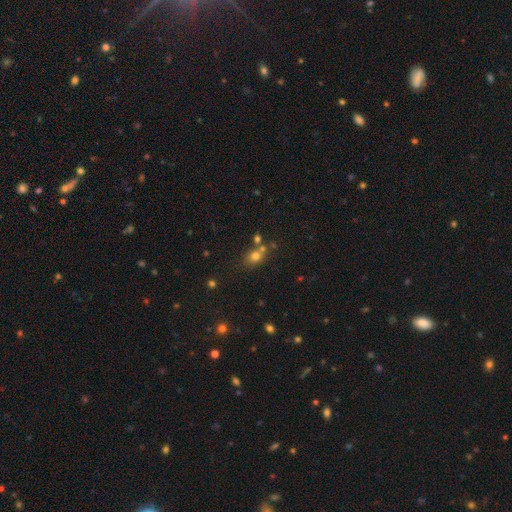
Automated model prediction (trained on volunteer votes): smooth-or-featured: smooth: 71% | star or artifact: 18% | featured or disk: 11%
  how-rounded: round: 61% | in between: 38% | cigar-shaped: 2%
  merging: none: 55% | merger: 29% | minor disturbance: 12% | major disturbance: 5%